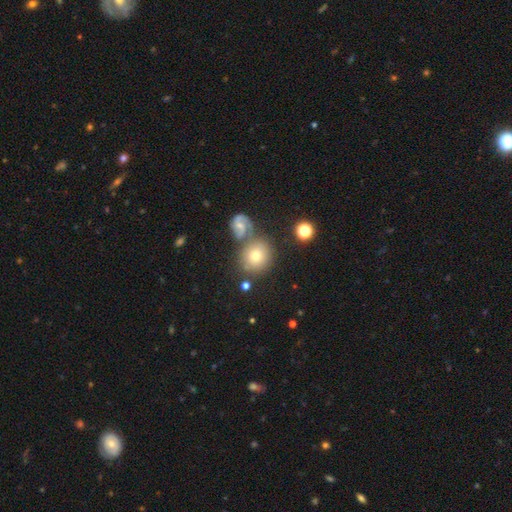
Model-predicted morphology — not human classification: Smooth or featured: smooth — 60% (featured or disk — 28%)
How rounded: round — 86% (in between — 13%)
Merging: none — 60% (merger — 24%)